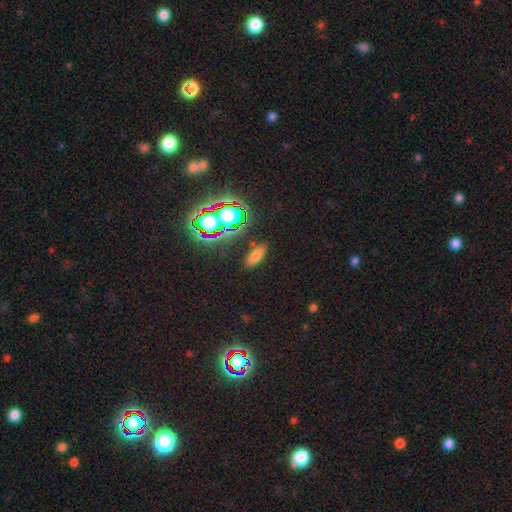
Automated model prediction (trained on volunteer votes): Smooth or featured? Predicted: smooth (p=0.67). How rounded? Predicted: in between (p=0.78). Merging? Predicted: none (p=0.85).